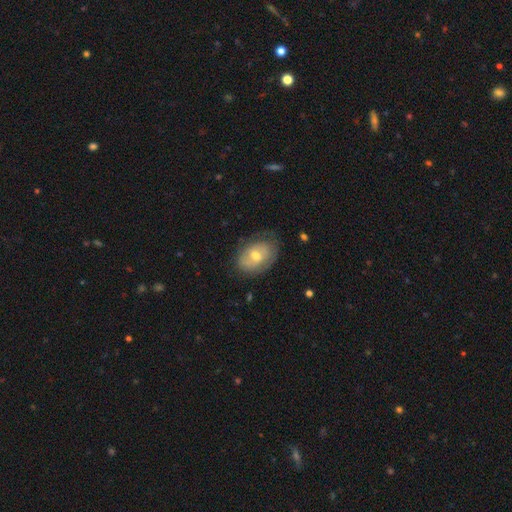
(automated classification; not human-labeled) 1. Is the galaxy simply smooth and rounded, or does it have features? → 51% smooth, 42% featured or disk, 7% star or artifact.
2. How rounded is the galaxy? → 80% in between, 19% round, 1% cigar-shaped.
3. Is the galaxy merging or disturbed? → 62% none, 27% minor disturbance, 10% major disturbance, 1% merger.